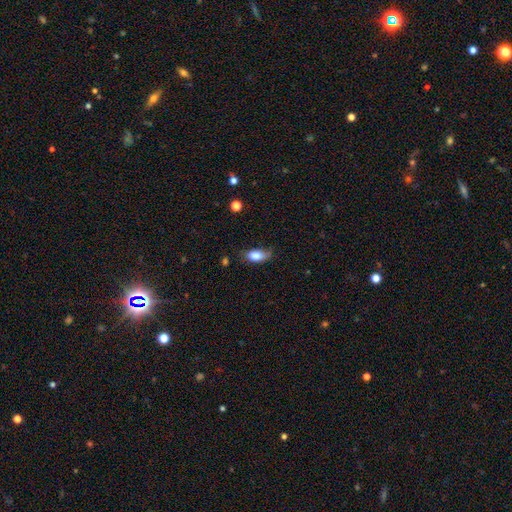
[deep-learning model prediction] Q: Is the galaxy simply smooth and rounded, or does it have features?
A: smooth — 81%.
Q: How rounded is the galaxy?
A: in between — 86%.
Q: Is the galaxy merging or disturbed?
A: none — 60%.